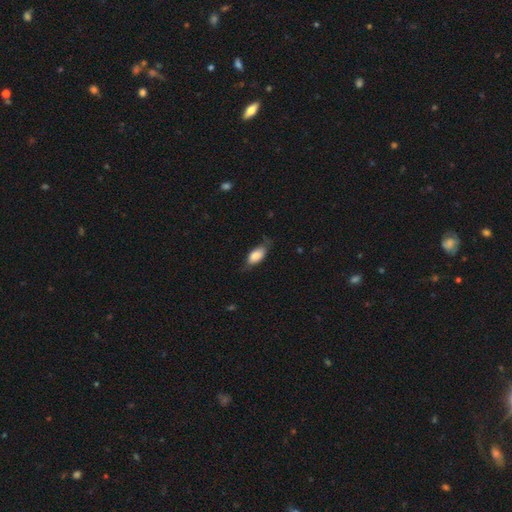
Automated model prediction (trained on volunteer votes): smooth_or_featured: smooth (p=0.78) [alt: featured or disk p=0.15]
how_rounded: in between (p=0.87) [alt: cigar-shaped p=0.10]
merging: none (p=0.63) [alt: minor disturbance p=0.28]